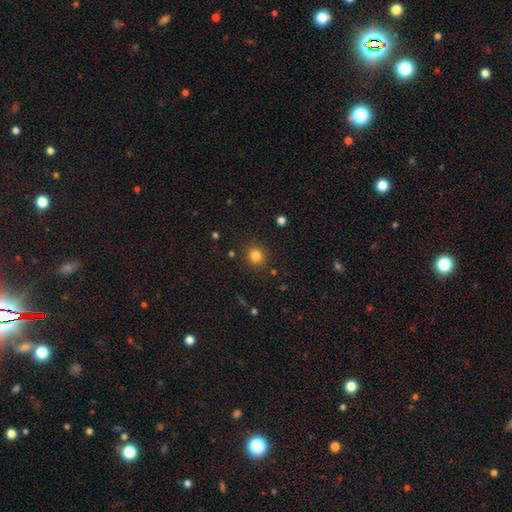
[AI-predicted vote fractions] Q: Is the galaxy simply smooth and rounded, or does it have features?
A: smooth — 81%.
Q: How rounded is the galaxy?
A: round — 92%.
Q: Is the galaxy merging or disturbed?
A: none — 89%.